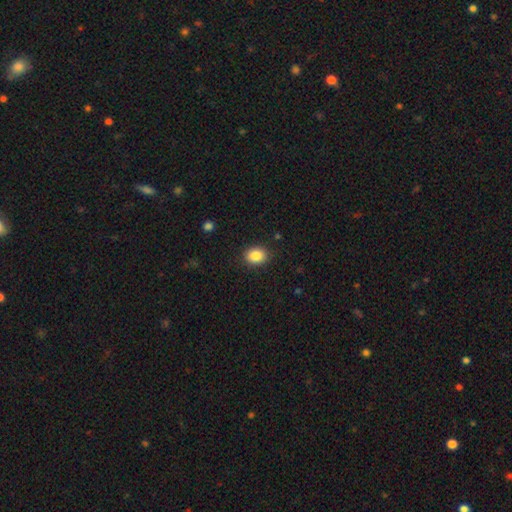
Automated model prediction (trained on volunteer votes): smooth_or_featured: smooth (p=0.87) [alt: star or artifact p=0.09]
how_rounded: in between (p=0.55) [alt: round p=0.44]
merging: none (p=0.88) [alt: minor disturbance p=0.08]